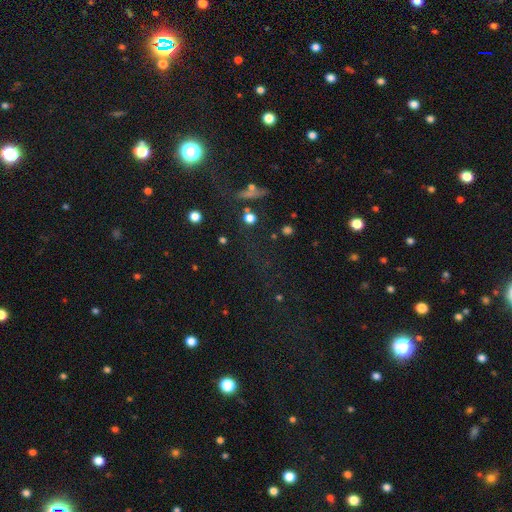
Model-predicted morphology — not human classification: Smooth or featured?
  - star or artifact: 66% *
  - smooth: 24%
  - featured or disk: 10%